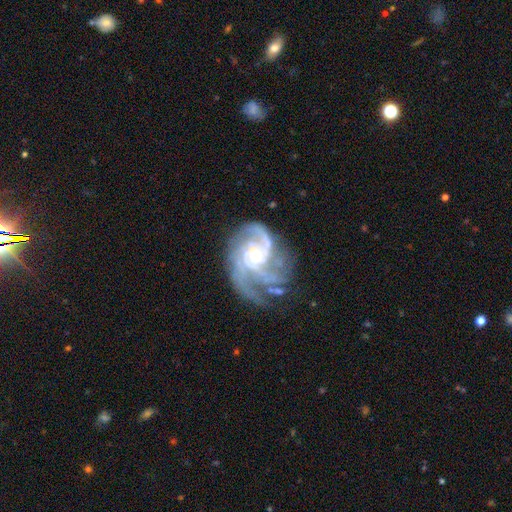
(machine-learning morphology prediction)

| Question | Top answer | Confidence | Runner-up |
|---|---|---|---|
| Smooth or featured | featured or disk | 89% | star or artifact (6%) |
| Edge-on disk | no | 98% | yes (2%) |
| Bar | no | 58% | weak (33%) |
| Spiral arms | yes | 97% | no (3%) |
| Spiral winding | medium | 45% | tight (40%) |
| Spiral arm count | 3 | 30% | 2 (21%) |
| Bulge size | small | 65% | moderate (29%) |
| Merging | none | 51% | major disturbance (23%) |